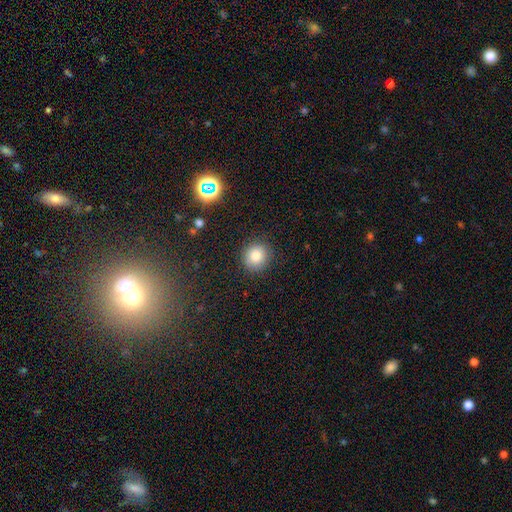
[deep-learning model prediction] Overall: smooth (82%). How rounded: round (87%). Merging: none (89%).